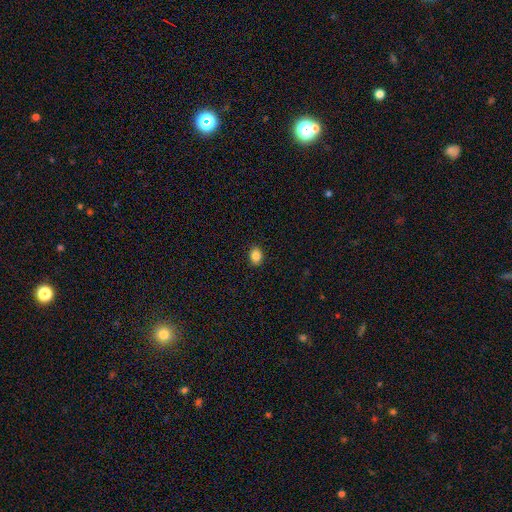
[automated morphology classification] Smooth or featured? Predicted: smooth (p=0.85). How rounded? Predicted: in between (p=0.59). Merging? Predicted: none (p=0.89).